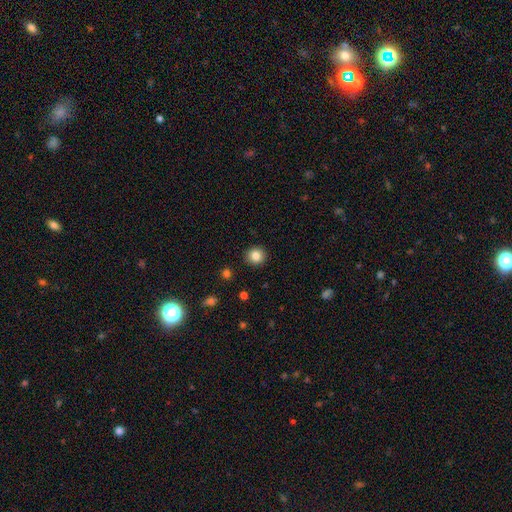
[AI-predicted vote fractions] Overall: smooth (84%). How rounded: round (89%). Merging: none (91%).